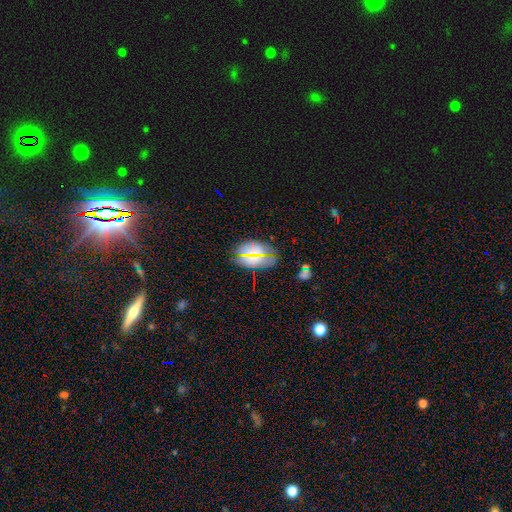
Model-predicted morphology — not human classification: smooth 66%, star or artifact 19%, featured or disk 15%. Down the decision tree: how rounded — in between (88%); merging — none (80%).